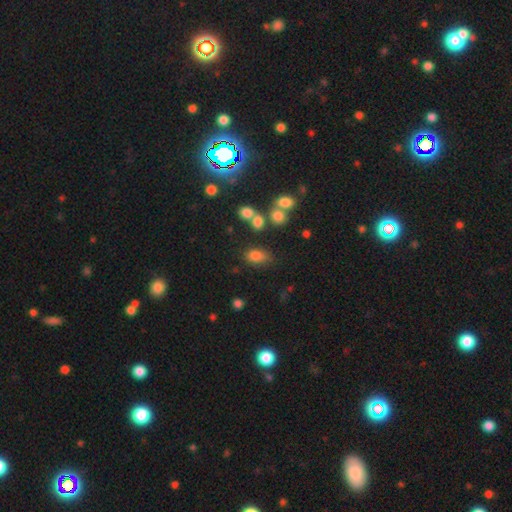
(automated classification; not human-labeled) smooth_or_featured: smooth (p=0.78) [alt: star or artifact p=0.14]
how_rounded: in between (p=0.82) [alt: round p=0.16]
merging: none (p=0.64) [alt: minor disturbance p=0.18]